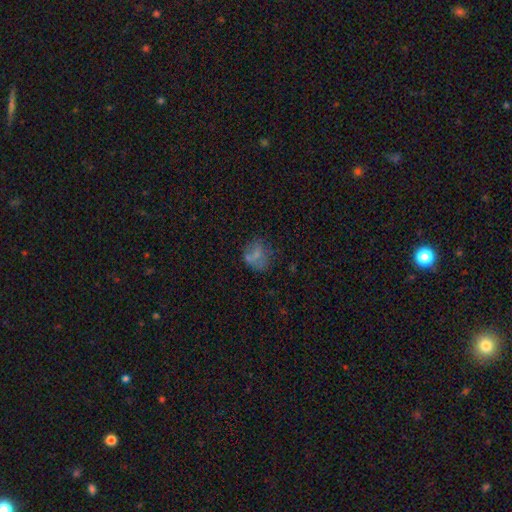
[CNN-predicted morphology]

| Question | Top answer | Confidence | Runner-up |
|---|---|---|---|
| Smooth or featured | smooth | 61% | featured or disk (25%) |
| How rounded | round | 66% | in between (33%) |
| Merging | none | 49% | minor disturbance (23%) |